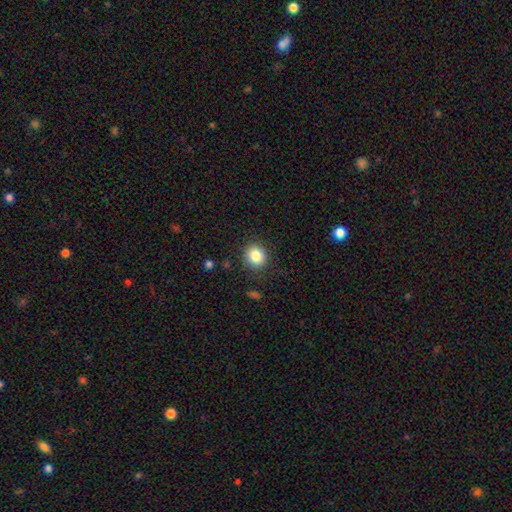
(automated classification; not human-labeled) A smooth galaxy with no disk features (84%) that is round (79%).

Vote fractions:
- Smooth or featured? smooth: 84% / star or artifact: 10% / featured or disk: 6%
- How rounded? round: 79% / in between: 20% / cigar-shaped: 1%
- Merging? none: 88% / minor disturbance: 8% / major disturbance: 3% / merger: 1%